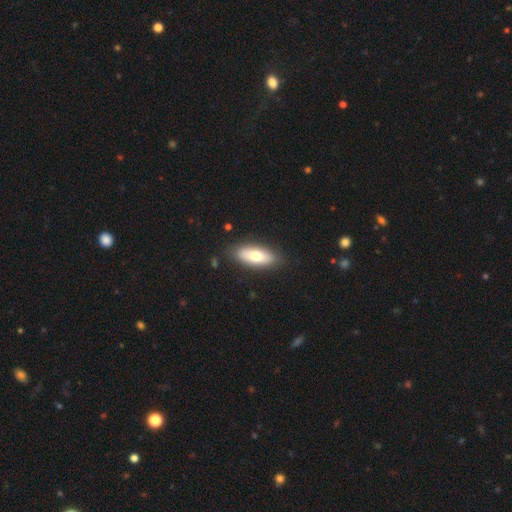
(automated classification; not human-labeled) Smooth or featured? smooth (69%)
How rounded? in between (78%)
Merging? none (86%)